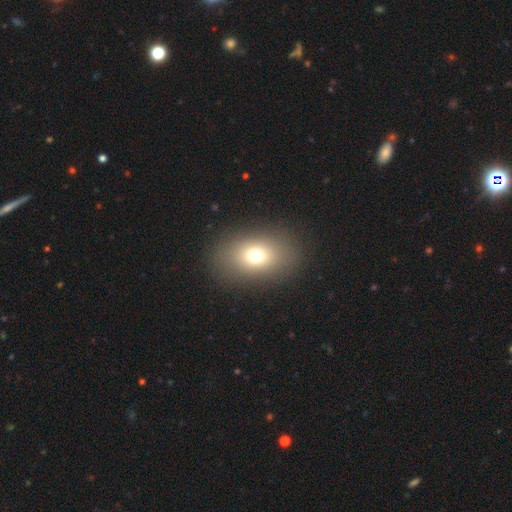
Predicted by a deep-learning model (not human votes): This appears to be a smooth galaxy with no disk features (72%) that is in between round and cigar-shaped (74%). Merging: none (86%).